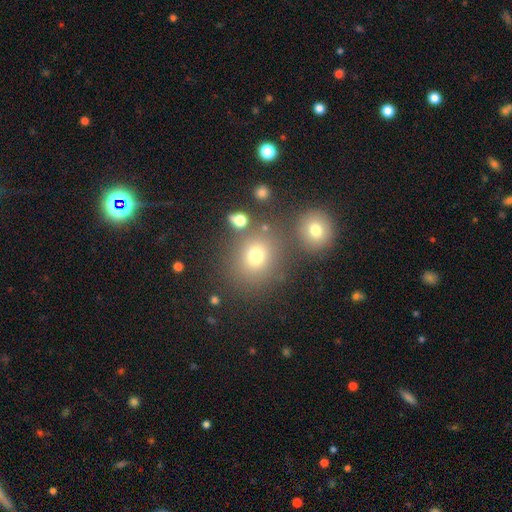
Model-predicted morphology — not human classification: Smooth or featured?
  - smooth: 72% *
  - star or artifact: 18%
  - featured or disk: 10%
How rounded?
  - round: 73% *
  - in between: 25%
  - cigar-shaped: 1%
Merging?
  - none: 72% *
  - merger: 12%
  - minor disturbance: 10%
  - major disturbance: 5%